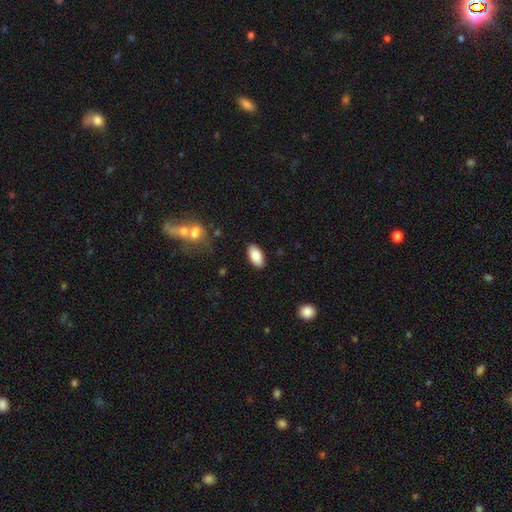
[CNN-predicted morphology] This is clearly a smooth galaxy (86%). How rounded: clearly in between (93%). Merging: clearly none (87%).